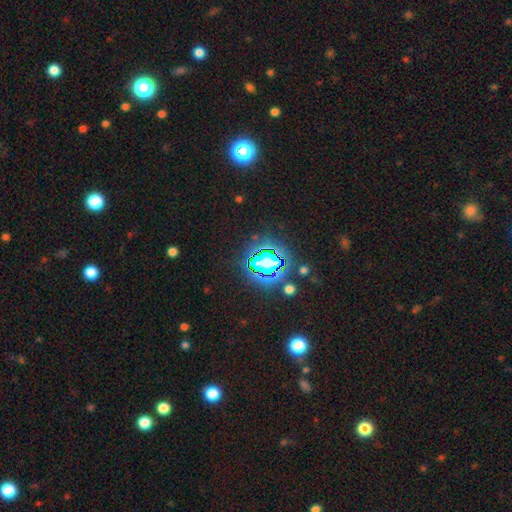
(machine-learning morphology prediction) Q: Smooth or featured?
A: star or artifact (80%); runner-up: smooth (13%)